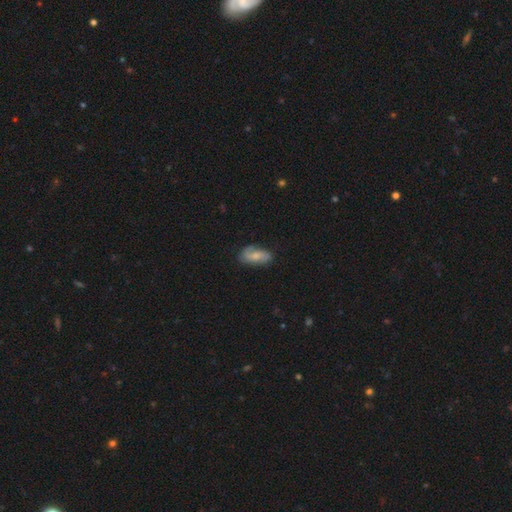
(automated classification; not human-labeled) smooth 49%, featured or disk 44%, star or artifact 7%. Down the decision tree: merging — none (68%).